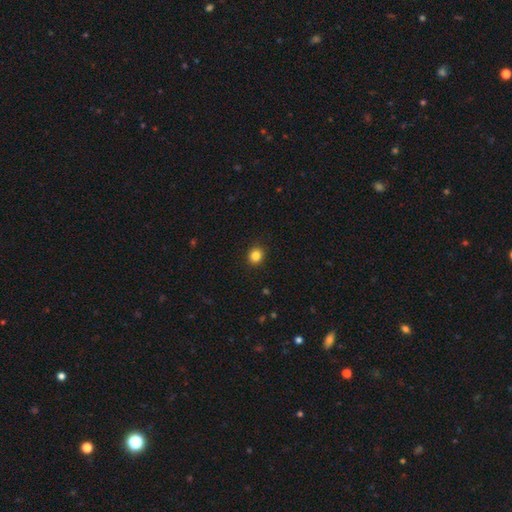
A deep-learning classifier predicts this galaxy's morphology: This is clearly a smooth galaxy (84%). How rounded: clearly round (84%). Merging: clearly none (91%).